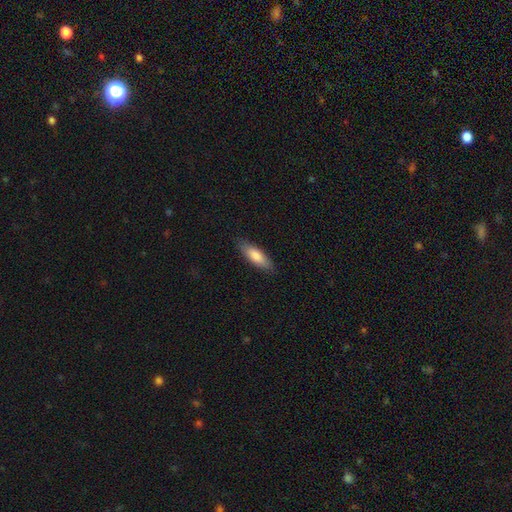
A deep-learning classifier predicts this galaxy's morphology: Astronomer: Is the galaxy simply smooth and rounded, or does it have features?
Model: smooth — 81%.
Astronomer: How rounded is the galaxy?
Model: in between — 56% (runner-up: cigar-shaped, 42%).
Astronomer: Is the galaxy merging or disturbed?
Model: none — 85%.